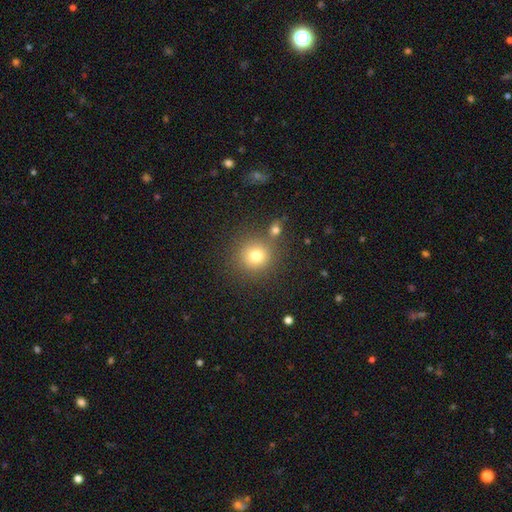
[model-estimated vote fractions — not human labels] Overall: smooth (77%). How rounded: round (91%). Merging: none (76%).